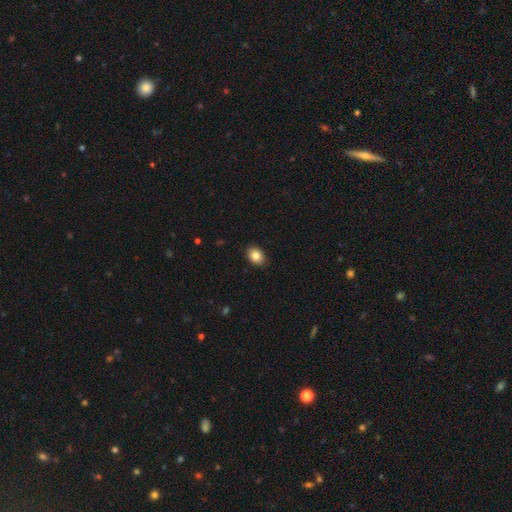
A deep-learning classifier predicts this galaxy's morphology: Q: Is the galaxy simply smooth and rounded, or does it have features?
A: smooth — 86%.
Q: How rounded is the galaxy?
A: in between — 72%.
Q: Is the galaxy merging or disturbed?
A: none — 88%.